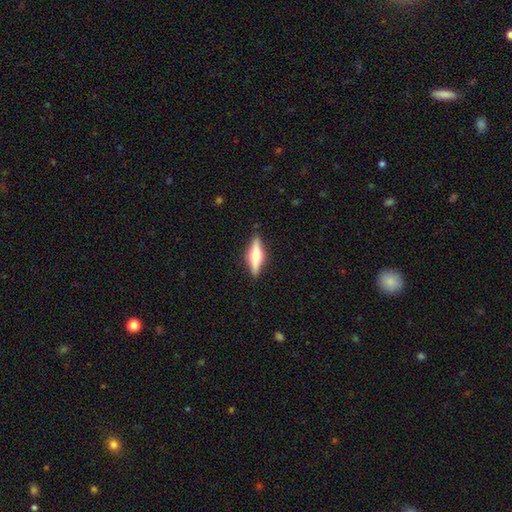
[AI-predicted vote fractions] A featured or disk galaxy (60%) viewed edge-on (96%) with a rounded central bulge (93%). Merging: none (88%).